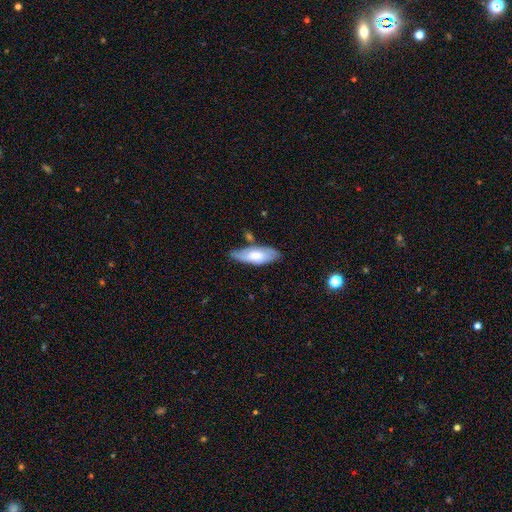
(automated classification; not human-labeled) Smooth or featured? Predicted: smooth (p=0.55). How rounded? Predicted: in between (p=0.70). Merging? Predicted: none (p=0.64).